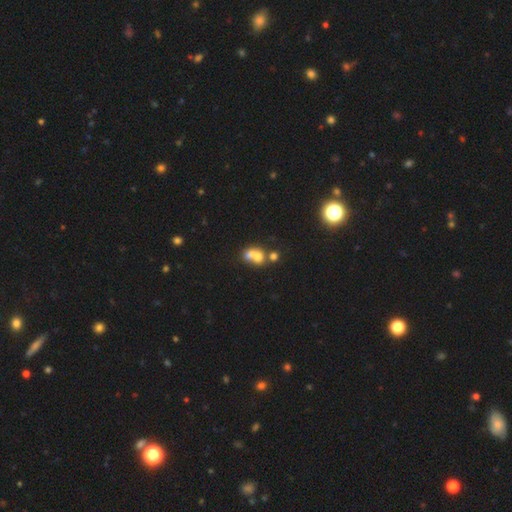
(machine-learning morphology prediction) type=smooth (63%); roundness=round (58%); merging=merger (65%).